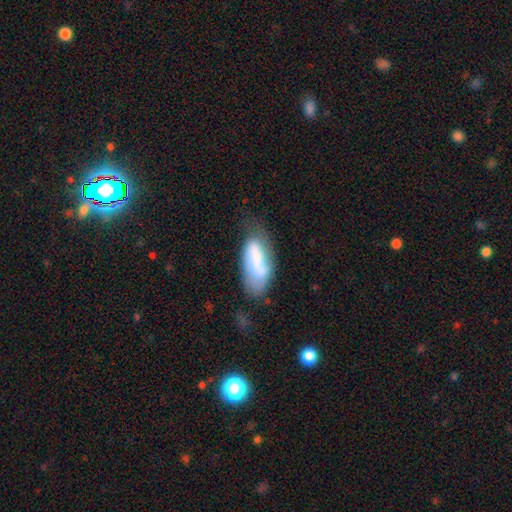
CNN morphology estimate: smooth_or_featured: smooth (p=0.59) [alt: featured or disk p=0.33]
how_rounded: in between (p=0.81) [alt: cigar-shaped p=0.16]
merging: none (p=0.43) [alt: minor disturbance p=0.33]